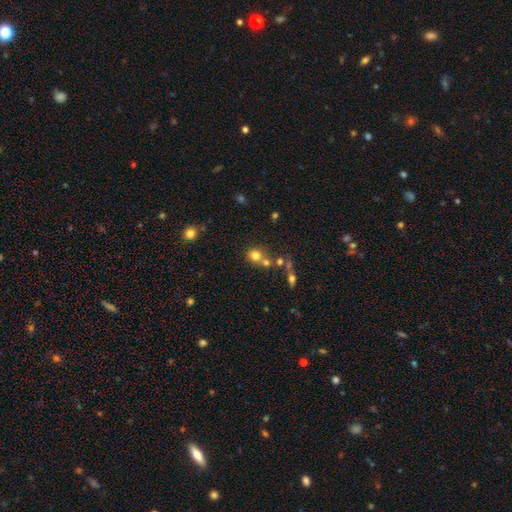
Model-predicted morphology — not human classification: type=smooth (73%); roundness=round (83%); merging=none (50%).